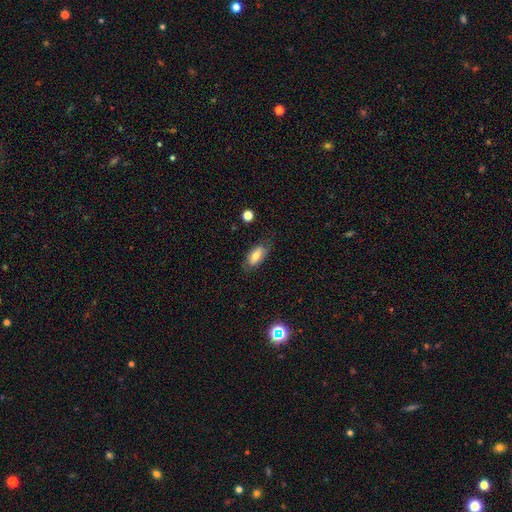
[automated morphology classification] smooth 74%, featured or disk 18%, star or artifact 8%. Down the decision tree: how rounded — in between (87%); merging — none (72%).